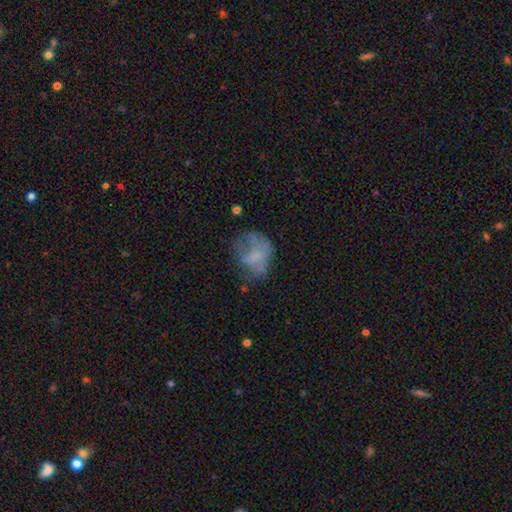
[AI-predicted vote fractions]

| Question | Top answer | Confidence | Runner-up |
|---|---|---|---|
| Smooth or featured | smooth | 51% | featured or disk (36%) |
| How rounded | round | 52% | in between (47%) |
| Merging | none | 41% | major disturbance (31%) |